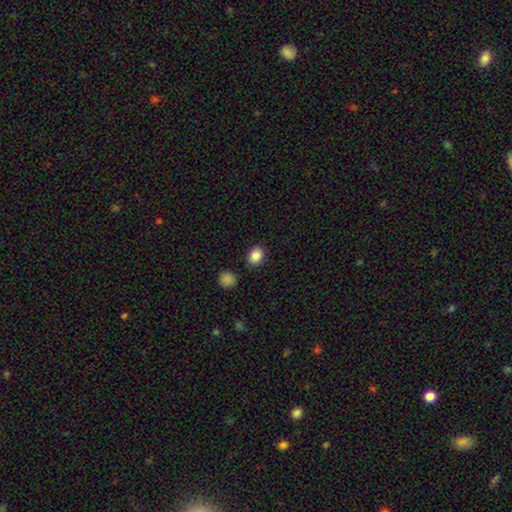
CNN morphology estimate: Overall: smooth (87%). How rounded: round (53%; in between 46%). Merging: none (86%).